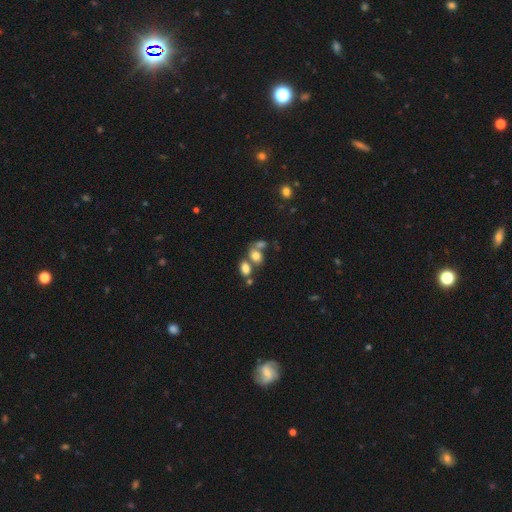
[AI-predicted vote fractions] Overall: smooth (73%). How rounded: in between (73%). Merging: merger (47%; none 35%).